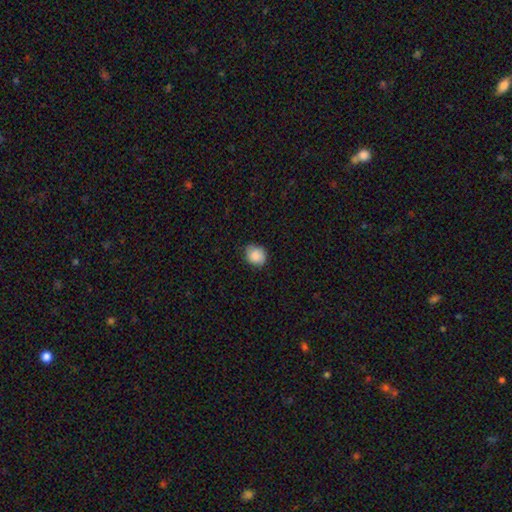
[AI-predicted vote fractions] The model was most divided on "how rounded": round: 65%, in between: 34%, cigar-shaped: 1%. More confident: smooth or featured — smooth (86%); merging — none (79%).